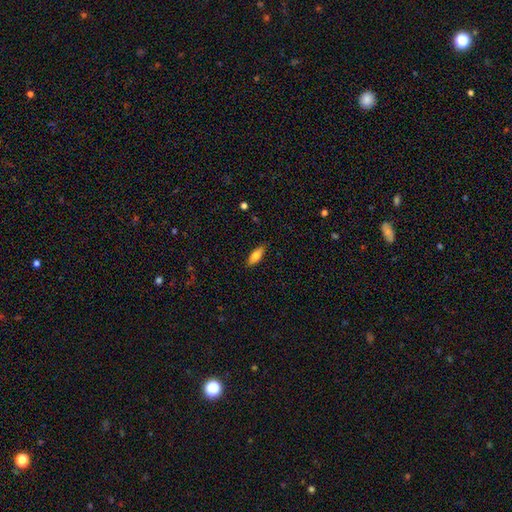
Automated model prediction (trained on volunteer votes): Morphology: type=smooth (76%); roundness=in between (71%); merging=none (87%).